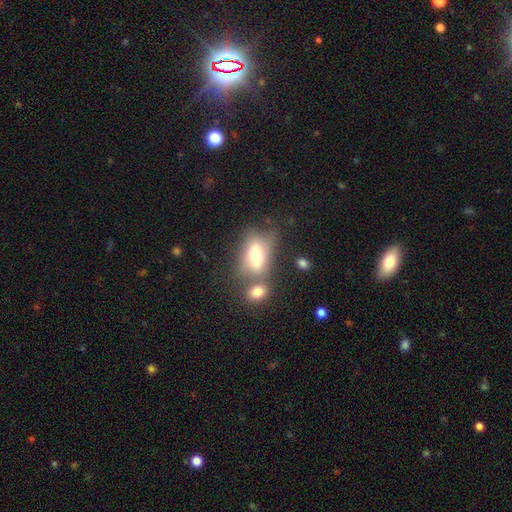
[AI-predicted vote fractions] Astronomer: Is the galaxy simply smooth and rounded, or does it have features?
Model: smooth — 62%.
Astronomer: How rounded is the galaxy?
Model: in between — 80%.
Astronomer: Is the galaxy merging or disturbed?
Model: none — 46% (runner-up: merger, 30%).